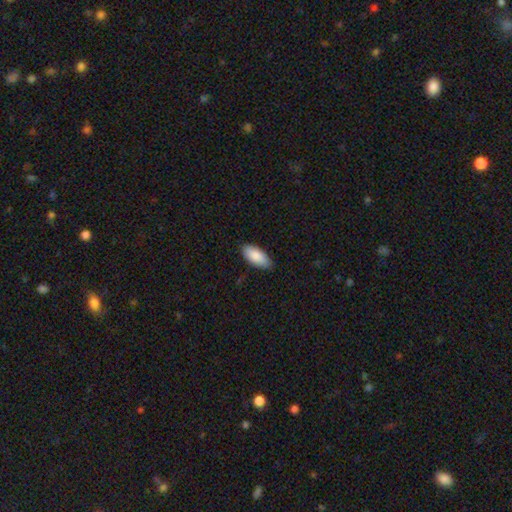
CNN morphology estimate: A smooth galaxy with no disk features (87%) that is in between round and cigar-shaped (90%).

Vote fractions:
- Smooth or featured? smooth: 87% / featured or disk: 7% / star or artifact: 6%
- How rounded? in between: 90% / cigar-shaped: 8% / round: 2%
- Merging? none: 83% / minor disturbance: 14% / major disturbance: 2% / merger: 1%